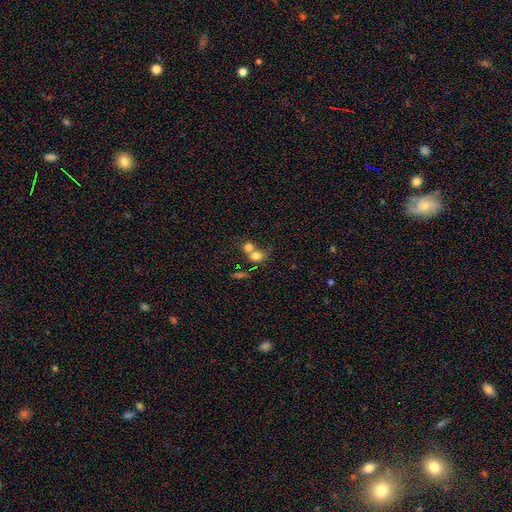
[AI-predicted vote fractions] Smooth or featured?
  - smooth: 76% *
  - featured or disk: 13%
  - star or artifact: 11%
How rounded?
  - round: 57% *
  - in between: 41%
  - cigar-shaped: 2%
Merging?
  - merger: 63% *
  - none: 25%
  - minor disturbance: 7%
  - major disturbance: 5%